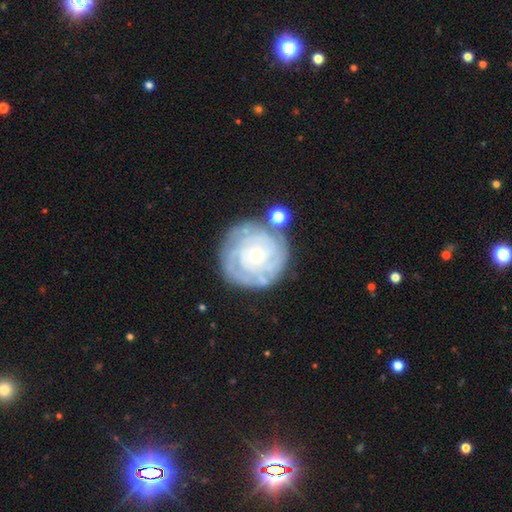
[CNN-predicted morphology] A featured or disk galaxy (77%) with no bar (83%), tight (82%) spiral arms (87%) and a small central bulge (78%).

Vote fractions:
- Smooth or featured? featured or disk: 77% / smooth: 16% / star or artifact: 6%
- Edge-on disk? no: 98% / yes: 2%
- Bar? no: 83% / weak: 14% / strong: 4%
- Spiral arms? yes: 87% / no: 13%
- Spiral winding? tight: 82% / medium: 14% / loose: 4%
- Spiral arm count? can't tell: 45% / 3: 16% / 4: 15% / 2: 13% / more than 4: 6% / 1: 6%
- Bulge size? small: 78% / moderate: 18% / large: 1% / none: 1% / dominant: 1%
- Merging? none: 72% / minor disturbance: 16% / major disturbance: 6% / merger: 6%